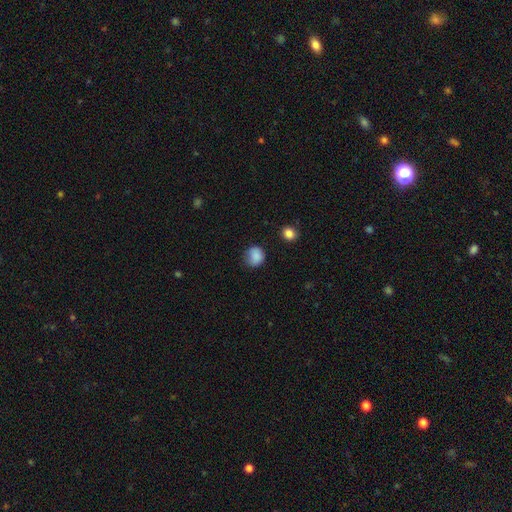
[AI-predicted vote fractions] This appears to be a smooth galaxy with no disk features (86%) that is round (73%). Merging: none (67%).